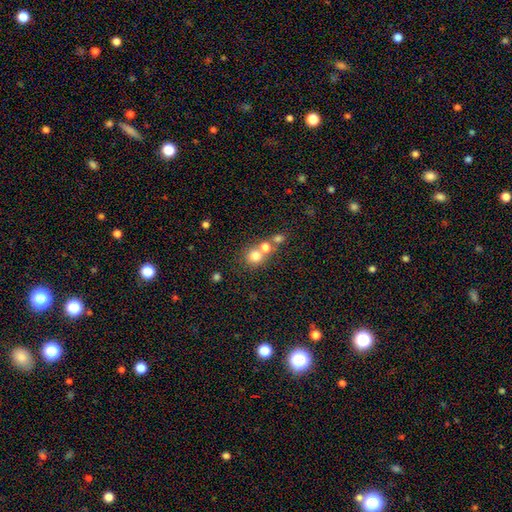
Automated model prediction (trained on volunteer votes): The model was most divided on "merging" (2-way tie): none: 45%, merger: 45%, minor disturbance: 7%, major disturbance: 4%. More confident: how rounded — round (85%); smooth or featured — smooth (73%).